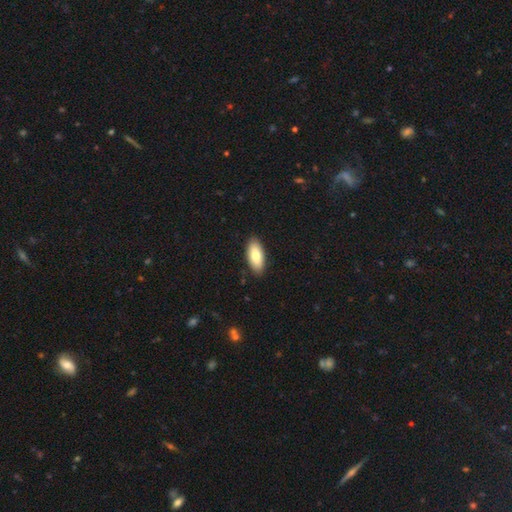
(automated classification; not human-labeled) smooth 81%, featured or disk 14%, star or artifact 6%. Down the decision tree: how rounded — in between (87%); merging — none (88%).